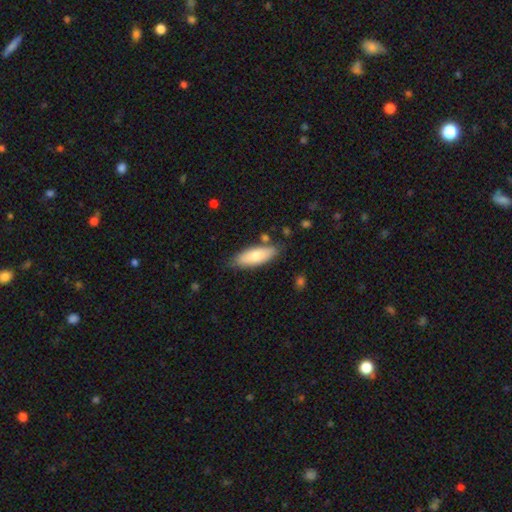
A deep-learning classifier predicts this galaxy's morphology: Smooth or featured? smooth (74%)
How rounded? in between (71%)
Merging? none (78%)